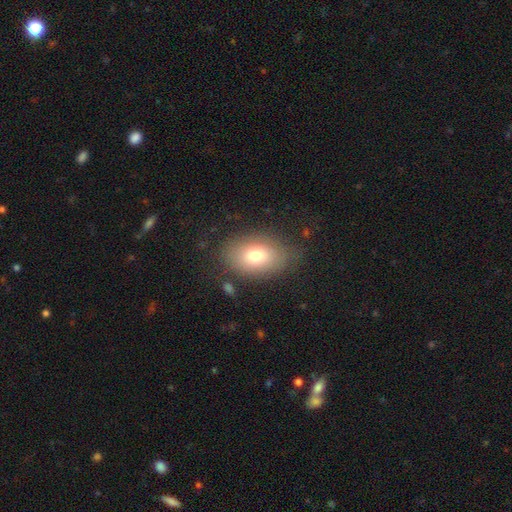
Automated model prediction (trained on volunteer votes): This appears to be a smooth galaxy with no disk features (75%) that is in between round and cigar-shaped (85%). Merging: none (76%).